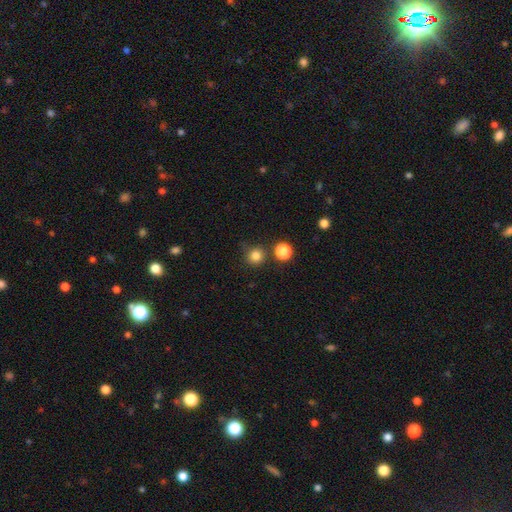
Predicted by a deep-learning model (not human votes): smooth 82%, star or artifact 14%, featured or disk 4%. Down the decision tree: how rounded — round (94%); merging — none (80%).